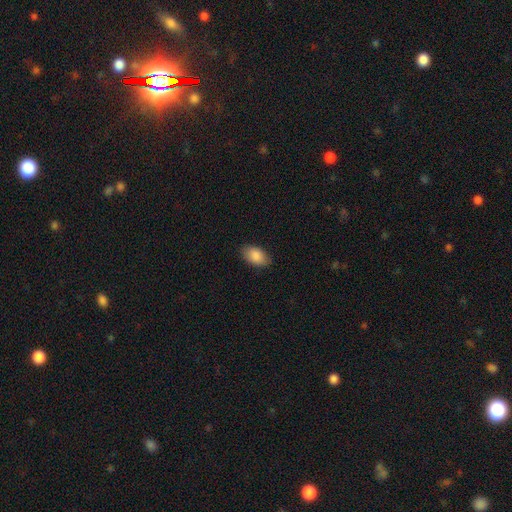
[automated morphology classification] A smooth galaxy with no disk features (88%) that is in between round and cigar-shaped (93%).

Vote fractions:
- Smooth or featured? smooth: 88% / star or artifact: 7% / featured or disk: 5%
- How rounded? in between: 93% / round: 6% / cigar-shaped: 2%
- Merging? none: 84% / minor disturbance: 12% / major disturbance: 3% / merger: 1%